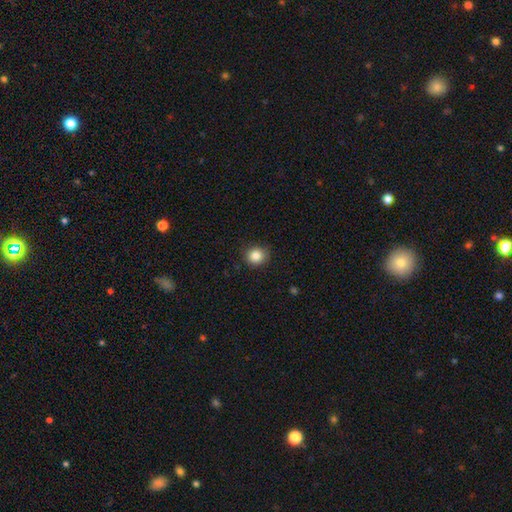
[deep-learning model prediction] smooth-or-featured: smooth: 85% | star or artifact: 10% | featured or disk: 5%
  how-rounded: round: 85% | in between: 14% | cigar-shaped: 1%
  merging: none: 88% | minor disturbance: 9% | major disturbance: 2% | merger: 1%